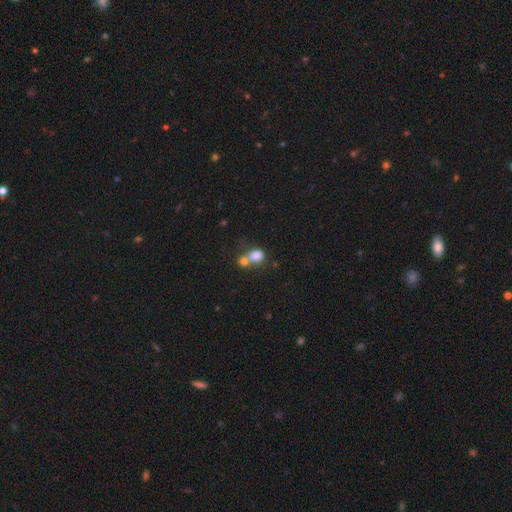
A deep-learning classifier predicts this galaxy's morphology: Smooth or featured? Predicted: smooth (p=0.79). How rounded? Predicted: in between (p=0.55). Merging? Predicted: merger (p=0.55).